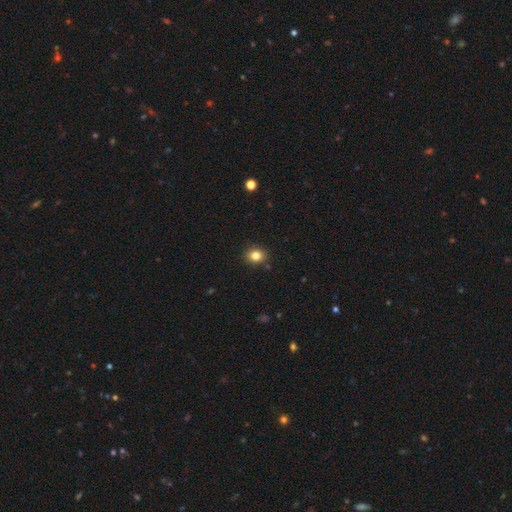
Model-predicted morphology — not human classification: smooth 83%, star or artifact 12%, featured or disk 6%. Down the decision tree: how rounded — round (69%); merging — none (89%).